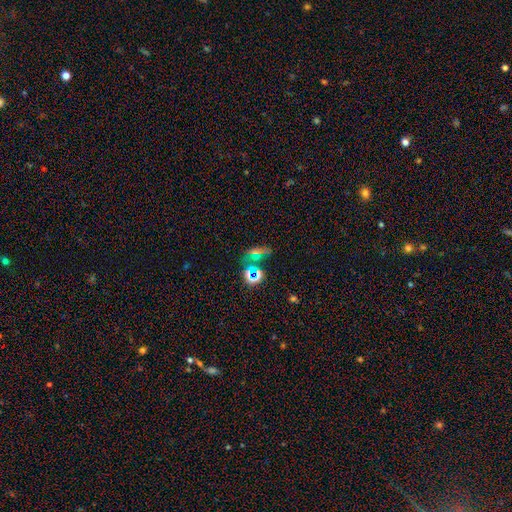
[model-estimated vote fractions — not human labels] Q: Smooth or featured?
A: star or artifact (48%); runner-up: smooth (38%)